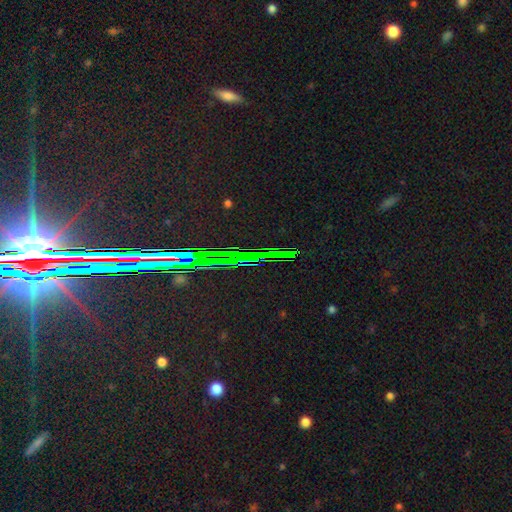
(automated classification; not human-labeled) A star or artifact, not a galaxy (83%).